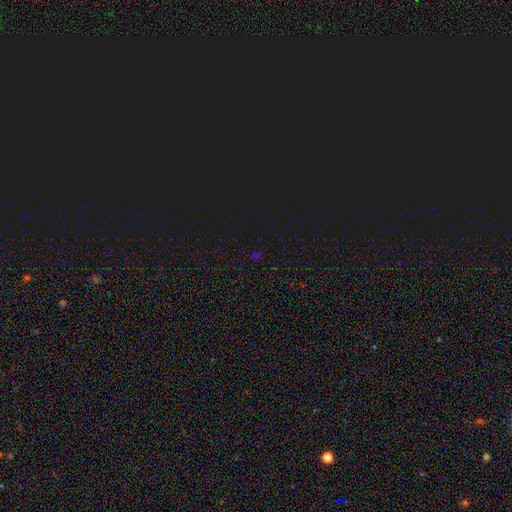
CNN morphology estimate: smooth_or_featured: star or artifact (p=0.67) [alt: smooth p=0.26]